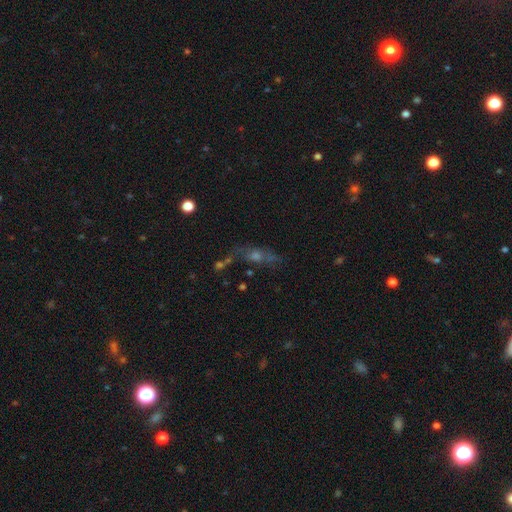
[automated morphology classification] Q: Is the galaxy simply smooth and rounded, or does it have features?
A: featured or disk — 42%.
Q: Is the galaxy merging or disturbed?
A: none — 53%.